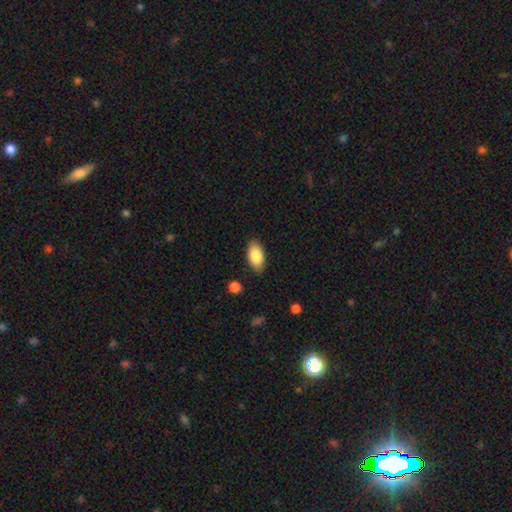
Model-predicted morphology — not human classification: Smooth or featured?
  - smooth: 85% *
  - featured or disk: 9%
  - star or artifact: 7%
How rounded?
  - in between: 93% *
  - cigar-shaped: 4%
  - round: 3%
Merging?
  - none: 85% *
  - minor disturbance: 11%
  - major disturbance: 2%
  - merger: 1%